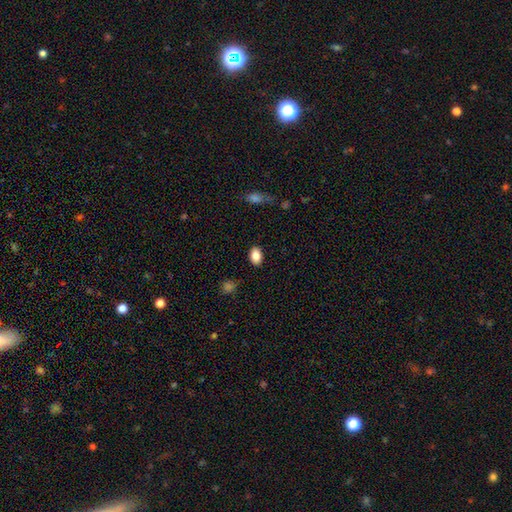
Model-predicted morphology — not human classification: Smooth or featured? smooth (85%)
How rounded? in between (84%)
Merging? none (87%)